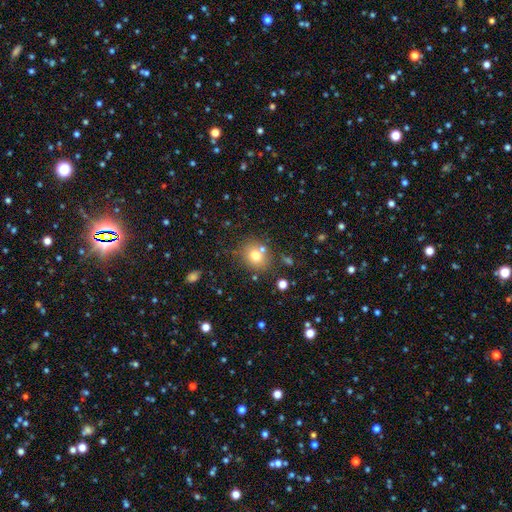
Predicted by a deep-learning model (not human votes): smooth-or-featured: smooth: 74% | star or artifact: 13% | featured or disk: 13%
  how-rounded: round: 72% | in between: 27% | cigar-shaped: 1%
  merging: none: 71% | merger: 13% | minor disturbance: 12% | major disturbance: 4%